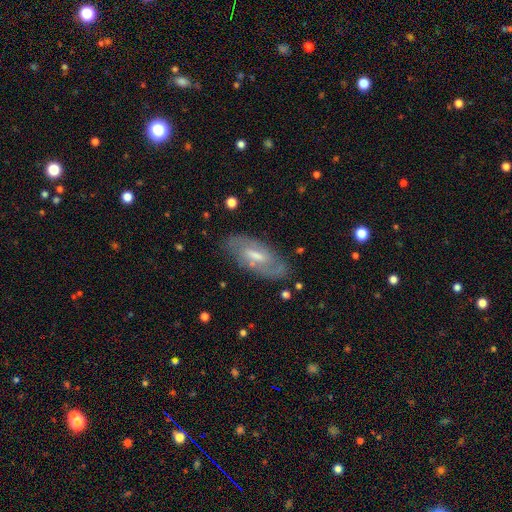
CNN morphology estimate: Smooth or featured? Predicted: featured or disk (p=0.72). Edge-on disk? Predicted: no (p=0.90). Bar? Predicted: weak (p=0.52). Spiral arms? Predicted: yes (p=0.82). Spiral winding? Predicted: medium (p=0.44). Spiral arm count? Predicted: 2 (p=0.74). Bulge size? Predicted: moderate (p=0.46). Merging? Predicted: none (p=0.80).